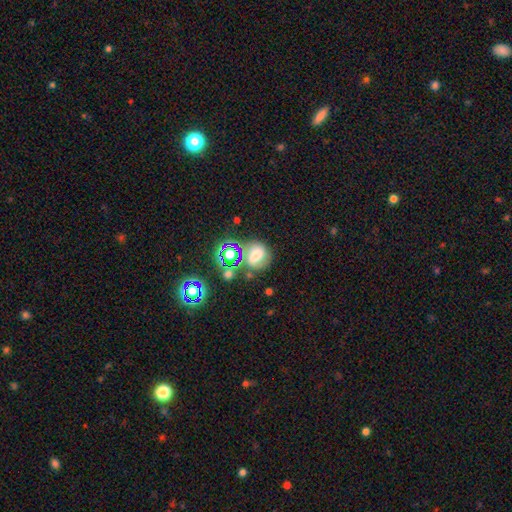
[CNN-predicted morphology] type=smooth (52%); roundness=round (63%); merging=none (59%).